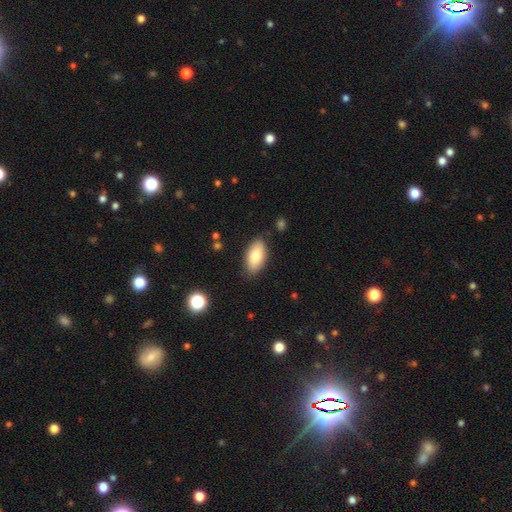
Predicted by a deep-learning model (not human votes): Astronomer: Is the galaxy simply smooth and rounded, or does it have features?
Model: smooth — 79%.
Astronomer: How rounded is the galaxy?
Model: in between — 92%.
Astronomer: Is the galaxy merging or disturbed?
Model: none — 85%.